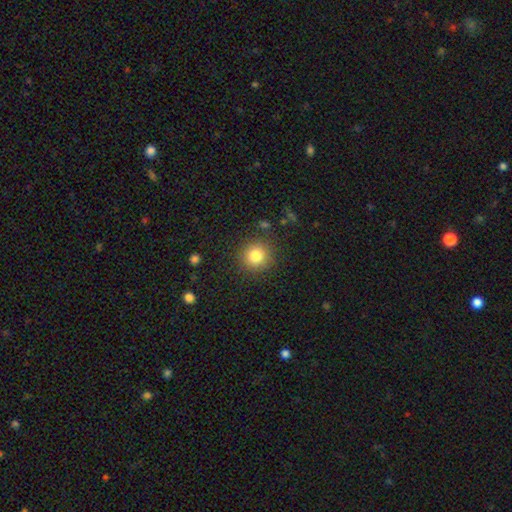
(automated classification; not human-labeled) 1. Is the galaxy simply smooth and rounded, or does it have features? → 81% smooth, 12% star or artifact, 7% featured or disk.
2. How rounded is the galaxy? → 93% round, 6% in between, 1% cigar-shaped.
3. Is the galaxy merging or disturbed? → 88% none, 8% minor disturbance, 3% major disturbance, 2% merger.